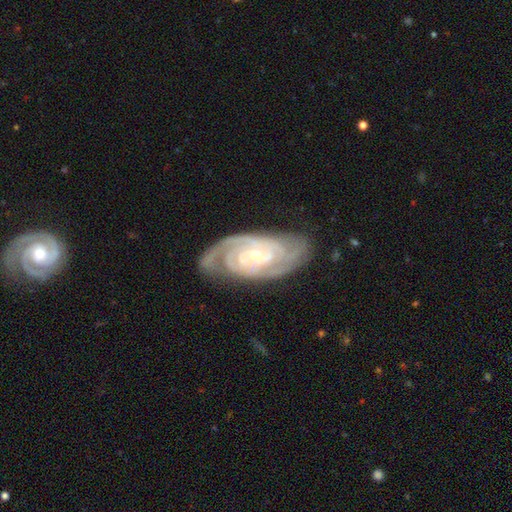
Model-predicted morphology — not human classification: Q: Smooth or featured?
A: featured or disk (91%); runner-up: smooth (4%)
Q: Edge-on disk?
A: no (96%); runner-up: yes (4%)
Q: Bar?
A: no (54%); runner-up: weak (33%)
Q: Spiral arms?
A: yes (98%); runner-up: no (2%)
Q: Spiral winding?
A: tight (73%); runner-up: medium (23%)
Q: Spiral arm count?
A: 2 (46%); runner-up: 3 (26%)
Q: Bulge size?
A: small (65%); runner-up: moderate (32%)
Q: Merging?
A: none (77%); runner-up: minor disturbance (17%)